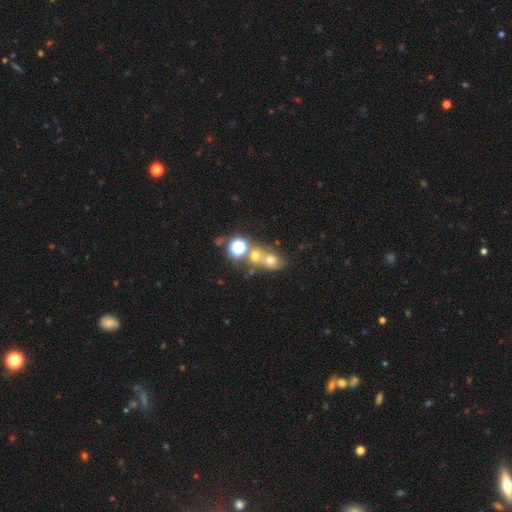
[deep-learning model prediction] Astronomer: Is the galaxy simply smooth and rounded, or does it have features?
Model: smooth — 55%.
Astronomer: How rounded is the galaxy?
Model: round — 69%.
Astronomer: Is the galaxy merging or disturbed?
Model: merger — 49% (runner-up: none, 39%).